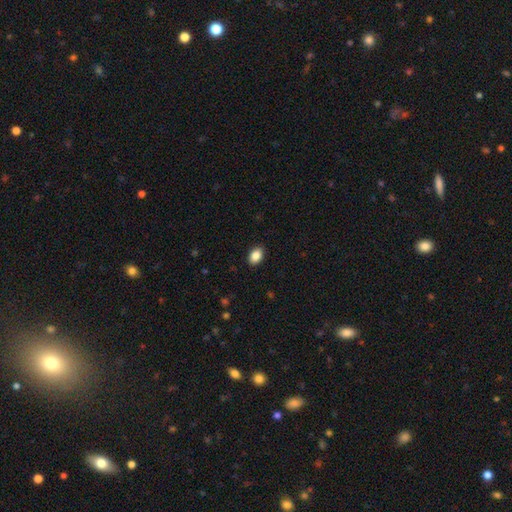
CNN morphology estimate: Smooth or featured? Predicted: smooth (p=0.87). How rounded? Predicted: in between (p=0.83). Merging? Predicted: none (p=0.90).